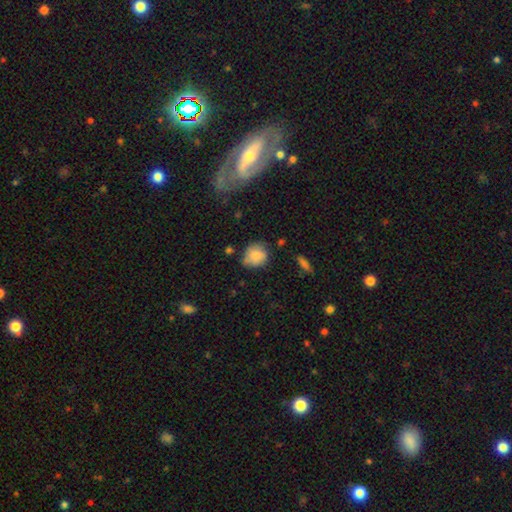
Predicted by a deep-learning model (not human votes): Smooth or featured?
  - smooth: 79% *
  - featured or disk: 13%
  - star or artifact: 8%
How rounded?
  - round: 73% *
  - in between: 26%
  - cigar-shaped: 1%
Merging?
  - none: 61% *
  - minor disturbance: 29%
  - major disturbance: 6%
  - merger: 4%